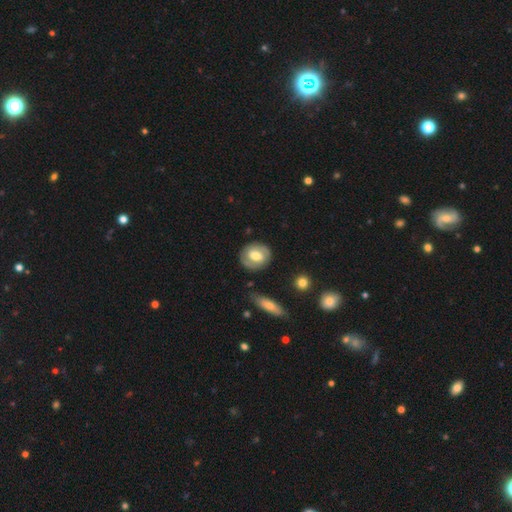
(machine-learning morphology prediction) Smooth or featured? smooth (51%)
How rounded? round (64%)
Merging? none (81%)